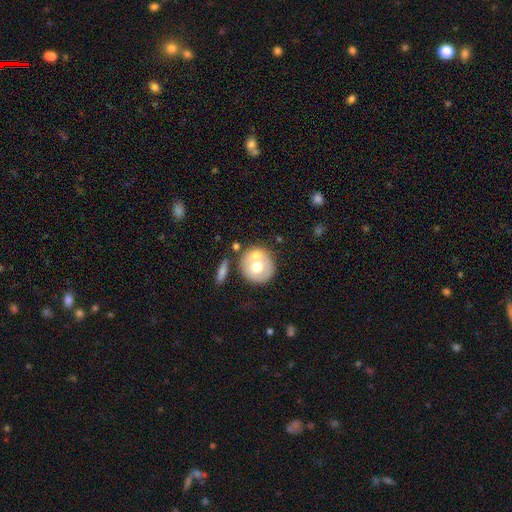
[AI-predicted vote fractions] Morphology: type=smooth (57%); roundness=round (90%); merging=none (55%).